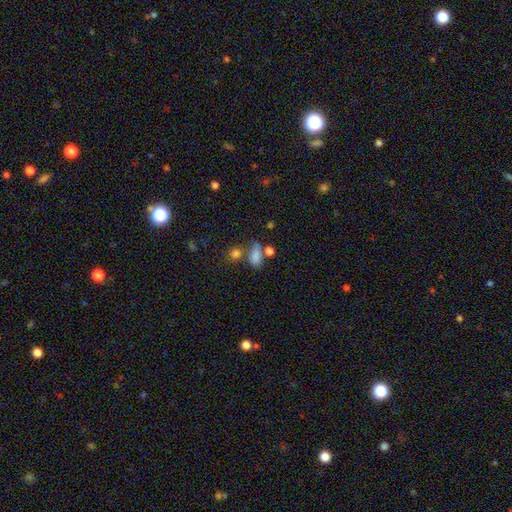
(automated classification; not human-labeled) Overall: smooth (78%). How rounded: in between (79%). Merging: none (42%; merger 29%).